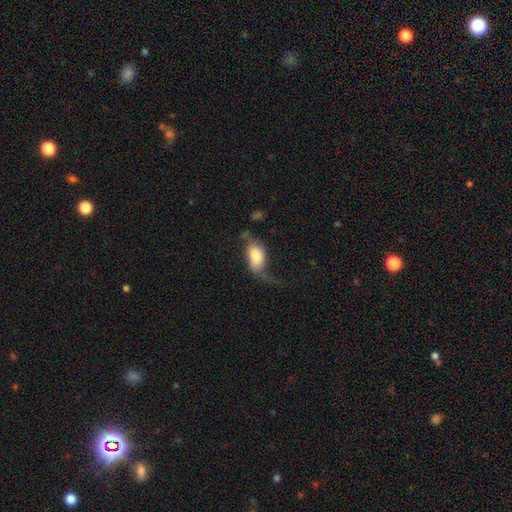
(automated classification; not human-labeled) The model was most divided on "merging": major disturbance: 46%, none: 26%, minor disturbance: 22%, merger: 6%. More confident: how rounded — in between (89%); smooth or featured — smooth (61%).